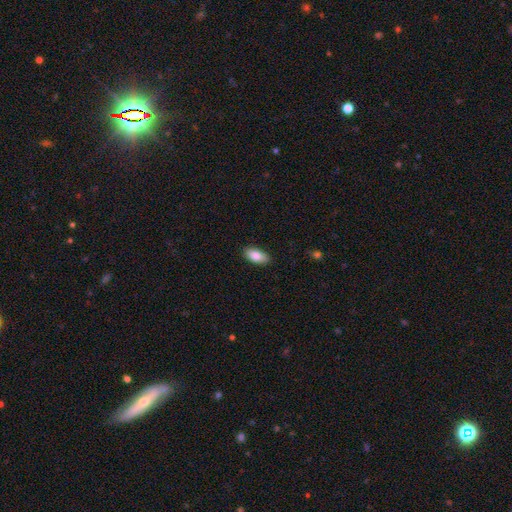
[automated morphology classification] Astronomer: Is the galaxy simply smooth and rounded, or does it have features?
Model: smooth — 85%.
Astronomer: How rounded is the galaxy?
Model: in between — 90%.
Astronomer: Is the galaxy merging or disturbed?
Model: none — 88%.